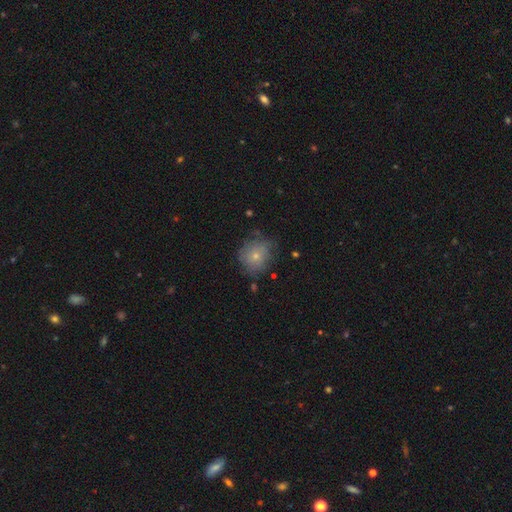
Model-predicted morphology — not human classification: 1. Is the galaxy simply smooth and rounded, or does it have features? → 69% smooth, 20% featured or disk, 11% star or artifact.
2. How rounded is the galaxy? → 79% round, 20% in between, 1% cigar-shaped.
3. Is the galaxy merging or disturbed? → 62% none, 26% minor disturbance, 9% major disturbance, 2% merger.